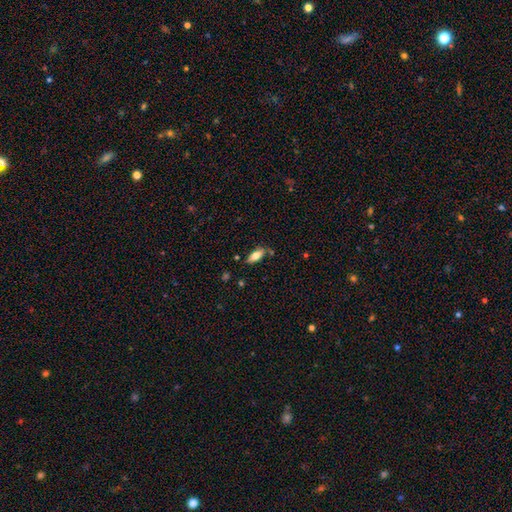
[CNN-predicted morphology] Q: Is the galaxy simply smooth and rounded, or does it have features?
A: smooth — 70%.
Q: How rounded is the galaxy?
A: in between — 78%.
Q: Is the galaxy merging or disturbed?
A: none — 77%.